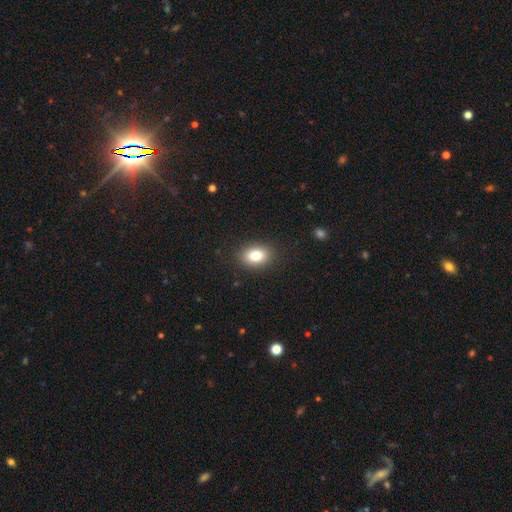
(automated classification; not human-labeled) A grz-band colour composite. It shows a smooth galaxy with no disk features (82%) that is in between round and cigar-shaped (75%). Merging: none (88%).